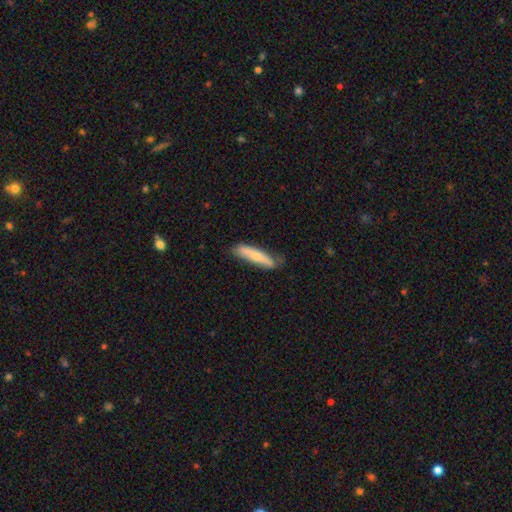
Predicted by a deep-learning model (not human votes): Overall: smooth (61%; featured or disk 33%). How rounded: cigar-shaped (79%). Merging: none (72%).